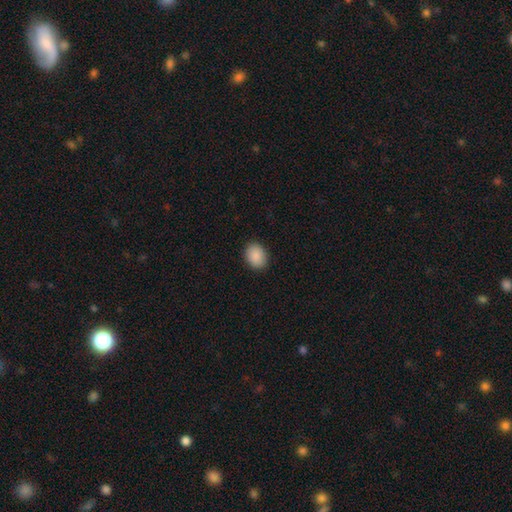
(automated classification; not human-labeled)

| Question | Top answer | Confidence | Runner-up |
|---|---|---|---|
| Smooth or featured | smooth | 90% | star or artifact (7%) |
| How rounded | in between | 59% | round (40%) |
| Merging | none | 90% | minor disturbance (7%) |